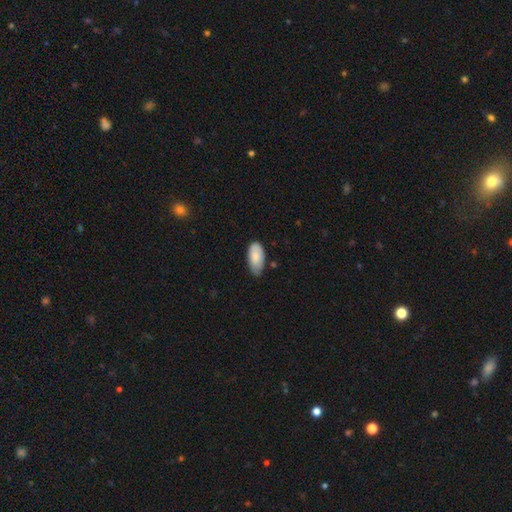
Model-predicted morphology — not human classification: smooth-or-featured: smooth: 80% | featured or disk: 14% | star or artifact: 6%
  how-rounded: in between: 94% | cigar-shaped: 4% | round: 2%
  merging: none: 62% | minor disturbance: 32% | major disturbance: 4% | merger: 2%